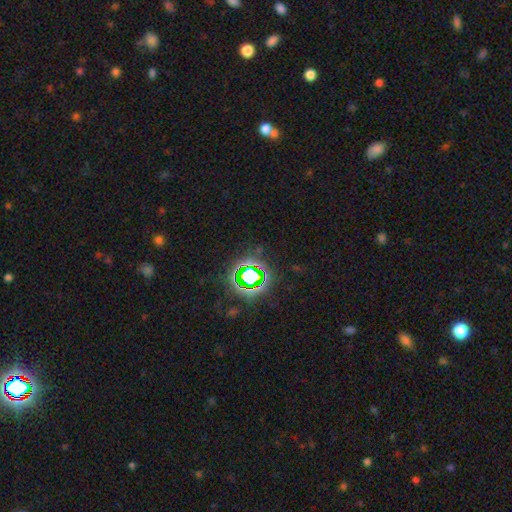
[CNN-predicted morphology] A star or artifact, not a galaxy (76%).

Vote fractions:
- Smooth or featured? star or artifact: 76% / smooth: 16% / featured or disk: 8%